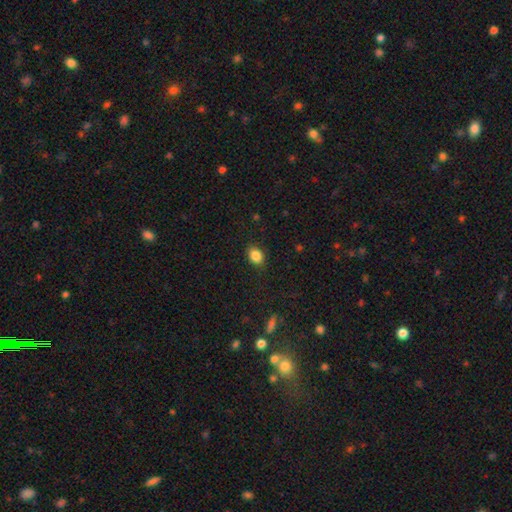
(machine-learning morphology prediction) A smooth galaxy with no disk features (86%) that is in between round and cigar-shaped (68%). Merging: none (86%).